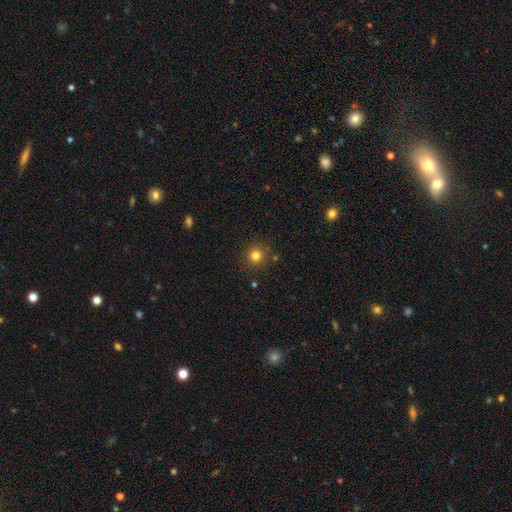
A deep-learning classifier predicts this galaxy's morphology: Smooth or featured: smooth — 80% (star or artifact — 14%)
How rounded: round — 94% (in between — 5%)
Merging: none — 87% (minor disturbance — 7%)